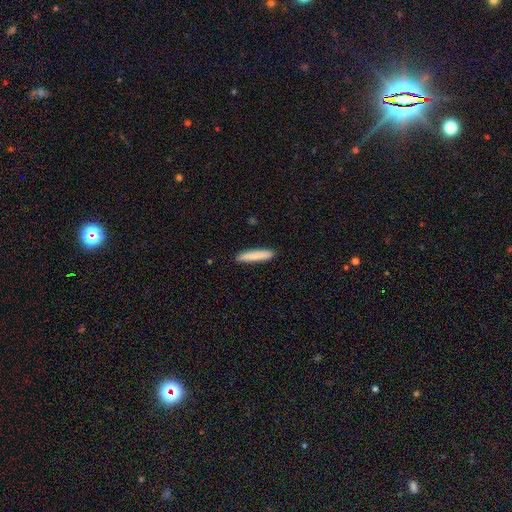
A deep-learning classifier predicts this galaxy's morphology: smooth 84%, featured or disk 10%, star or artifact 6%. Down the decision tree: how rounded — cigar-shaped (92%); merging — none (91%).